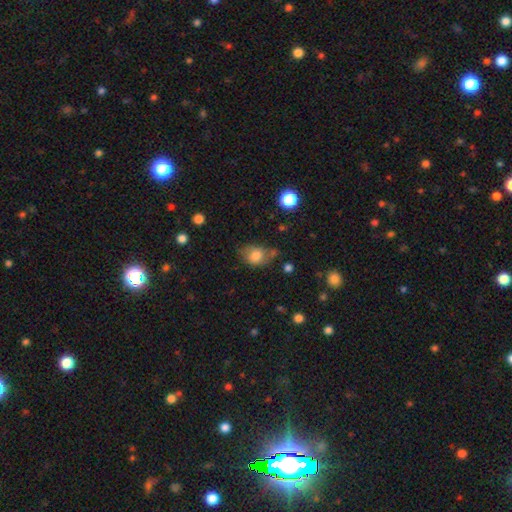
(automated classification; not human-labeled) Q: Smooth or featured?
A: smooth (76%); runner-up: featured or disk (14%)
Q: How rounded?
A: in between (63%); runner-up: round (35%)
Q: Merging?
A: none (52%); runner-up: minor disturbance (29%)